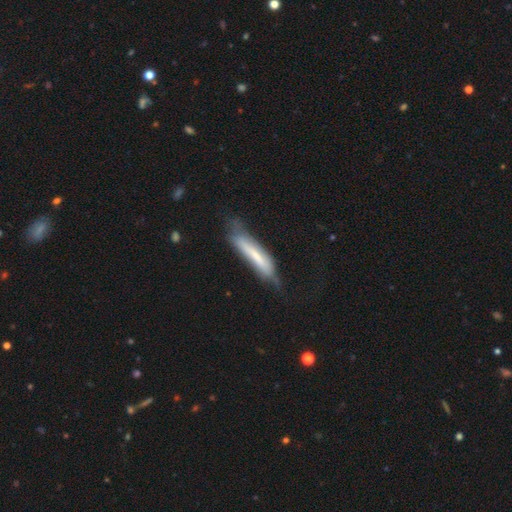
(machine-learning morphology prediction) A smooth galaxy with no disk features (56%) that is cigar-shaped (82%).

Vote fractions:
- Smooth or featured? smooth: 56% / featured or disk: 37% / star or artifact: 7%
- How rounded? cigar-shaped: 82% / in between: 16% / round: 1%
- Merging? none: 44% / minor disturbance: 34% / major disturbance: 19% / merger: 3%